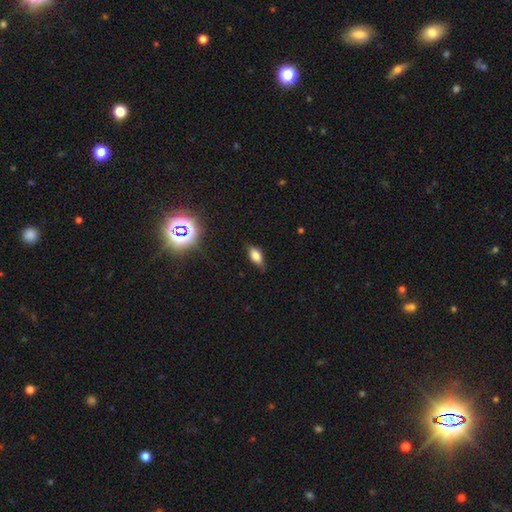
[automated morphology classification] The model was most divided on "smooth or featured": smooth: 70%, featured or disk: 17%, star or artifact: 12%. More confident: how rounded — in between (84%); merging — none (75%).